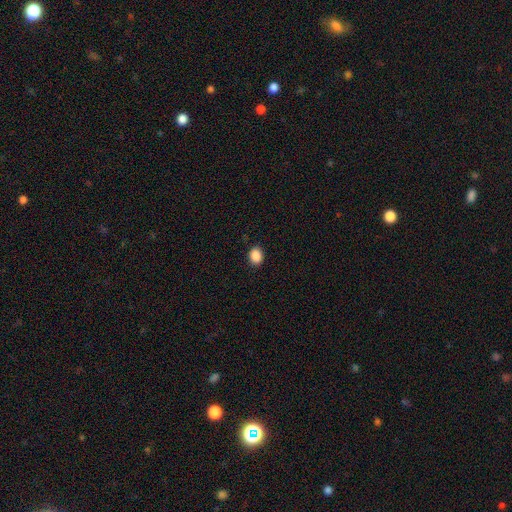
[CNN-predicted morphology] The model was most divided on "how rounded": in between: 60%, round: 39%, cigar-shaped: 1%. More confident: smooth or featured — smooth (89%); merging — none (88%).